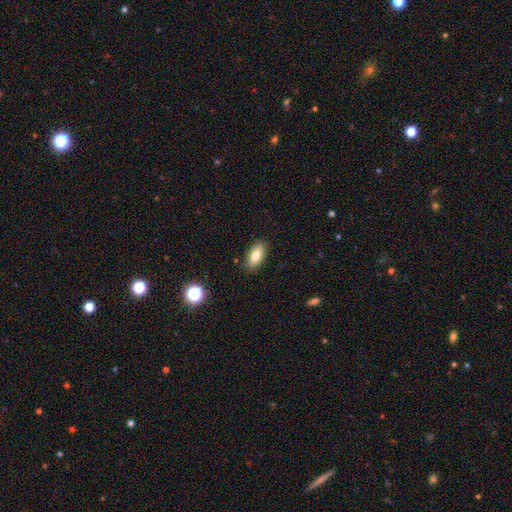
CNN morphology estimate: smooth 79%, featured or disk 13%, star or artifact 8%. Down the decision tree: how rounded — in between (88%); merging — none (87%).